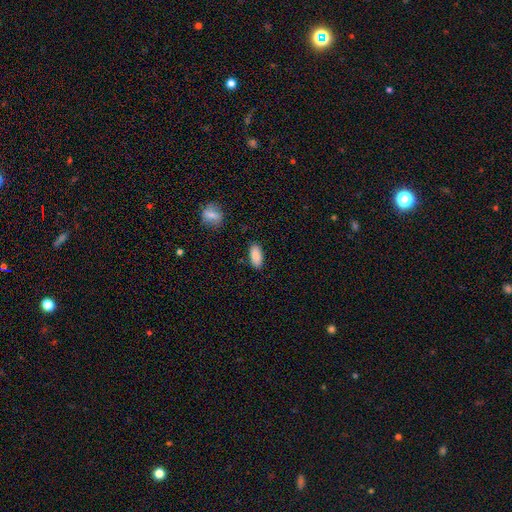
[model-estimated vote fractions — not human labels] Smooth or featured? Predicted: smooth (p=0.88). How rounded? Predicted: in between (p=0.91). Merging? Predicted: none (p=0.86).